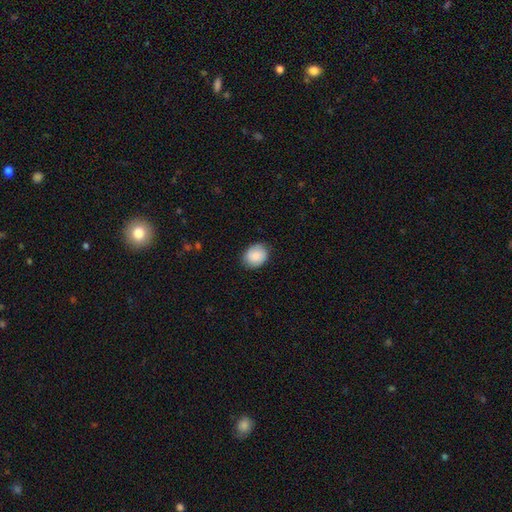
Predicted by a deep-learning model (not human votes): Smooth or featured? smooth (82%)
How rounded? round (53%)
Merging? none (81%)